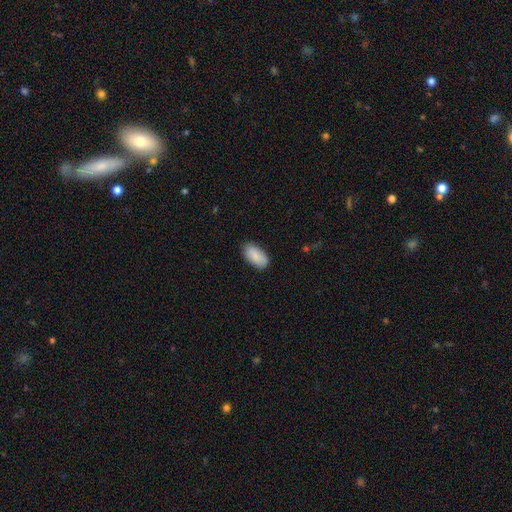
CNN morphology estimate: A smooth galaxy with no disk features (89%) that is in between round and cigar-shaped (94%).

Vote fractions:
- Smooth or featured? smooth: 89% / star or artifact: 6% / featured or disk: 5%
- How rounded? in between: 94% / cigar-shaped: 3% / round: 3%
- Merging? none: 83% / minor disturbance: 14% / major disturbance: 2% / merger: 1%